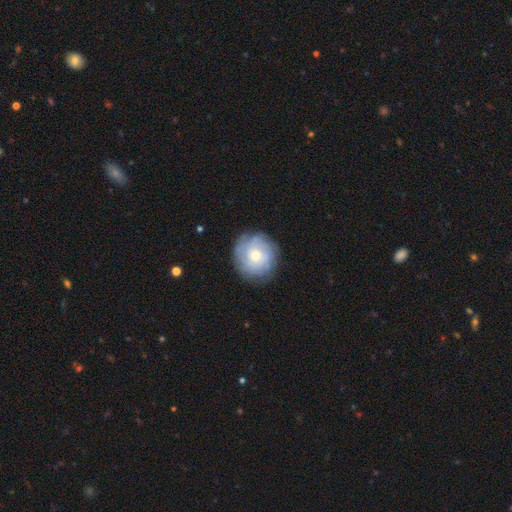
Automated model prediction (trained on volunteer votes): This is possibly a featured or disk galaxy (50%). Merging: clearly none (80%).